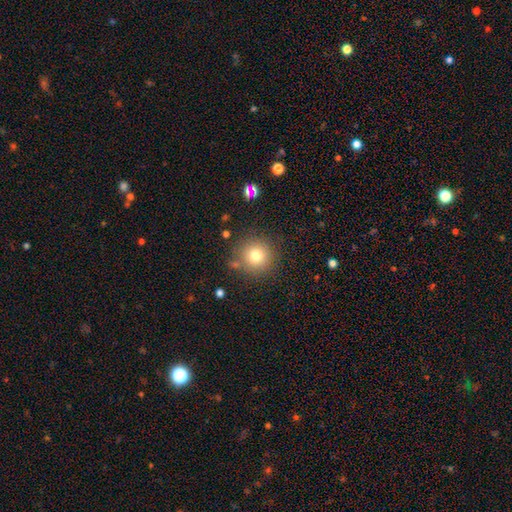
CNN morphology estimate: Overall: smooth (76%). How rounded: round (95%). Merging: none (82%).